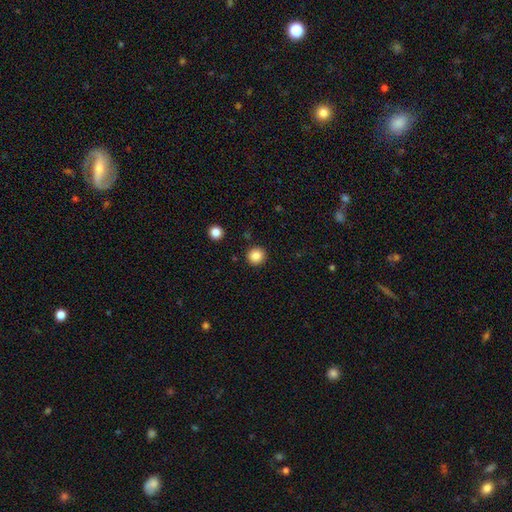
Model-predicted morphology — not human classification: Smooth or featured: smooth — 85% (star or artifact — 10%)
How rounded: round — 92% (in between — 7%)
Merging: none — 91% (minor disturbance — 5%)